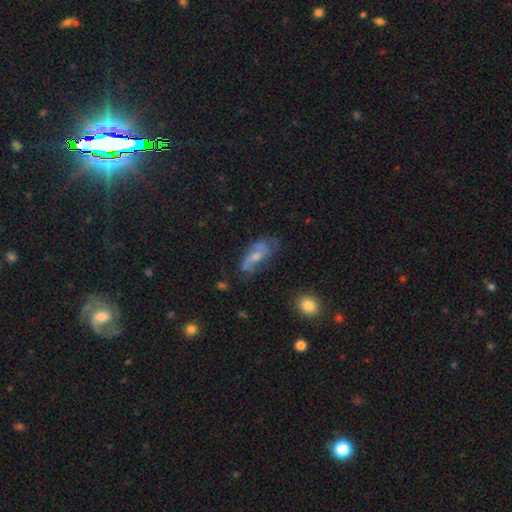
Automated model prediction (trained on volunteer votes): Smooth or featured: featured or disk — 58% (smooth — 33%)
Edge-on disk: no — 88% (yes — 12%)
Bar: no — 54% (weak — 35%)
Spiral arms: yes — 77% (no — 23%)
Bulge size: small — 44% (moderate — 39%)
Merging: none — 48% (minor disturbance — 28%)